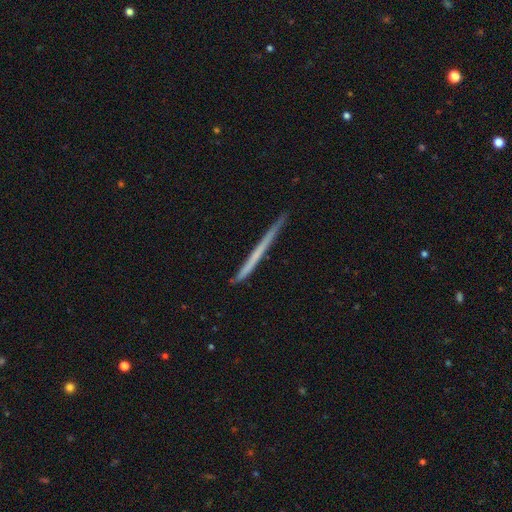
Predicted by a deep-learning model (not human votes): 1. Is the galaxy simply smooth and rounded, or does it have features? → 52% featured or disk, 42% smooth, 6% star or artifact.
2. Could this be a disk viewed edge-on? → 97% yes, 3% no.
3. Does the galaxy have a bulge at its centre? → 93% none, 5% rounded, 2% boxy.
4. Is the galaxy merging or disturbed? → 88% none, 9% minor disturbance, 1% major disturbance, 1% merger.